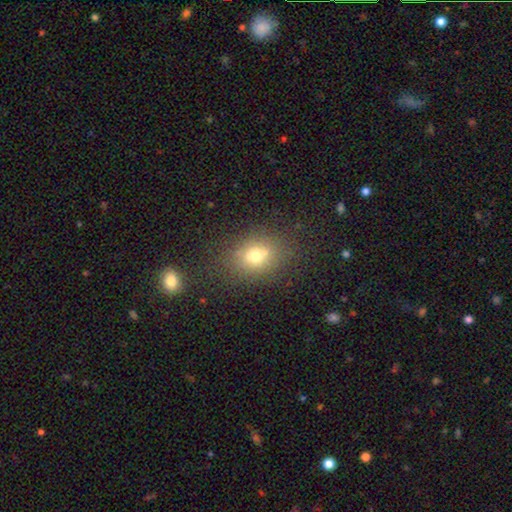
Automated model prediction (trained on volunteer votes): A smooth galaxy with no disk features (68%) that is in between round and cigar-shaped (54%). Merging: none (63%).